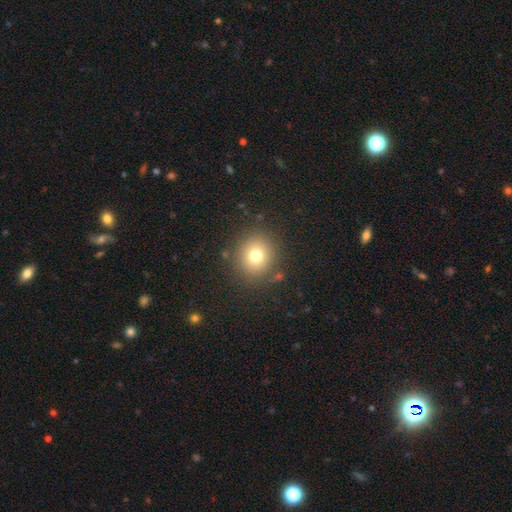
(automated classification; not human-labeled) Smooth or featured? Predicted: smooth (p=0.75). How rounded? Predicted: round (p=0.85). Merging? Predicted: none (p=0.86).